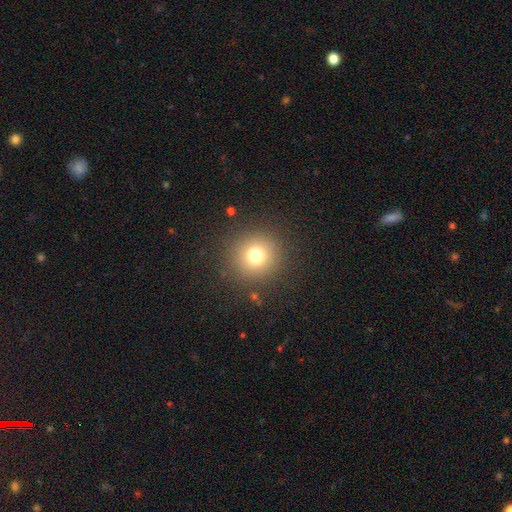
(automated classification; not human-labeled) Morphology: type=smooth (75%); roundness=round (95%); merging=none (89%).